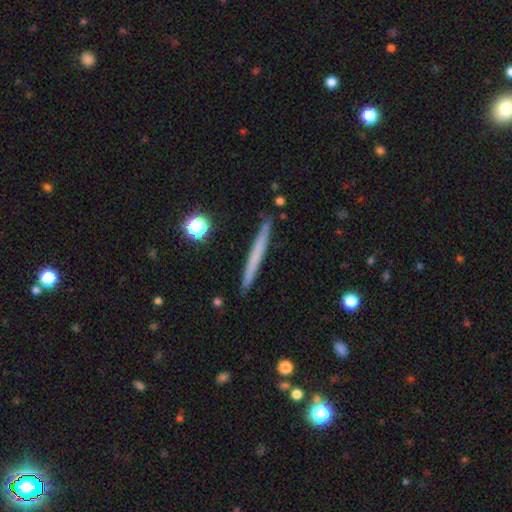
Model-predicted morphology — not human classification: A smooth galaxy with no disk features (56%) that is cigar-shaped (97%). Merging: none (91%).